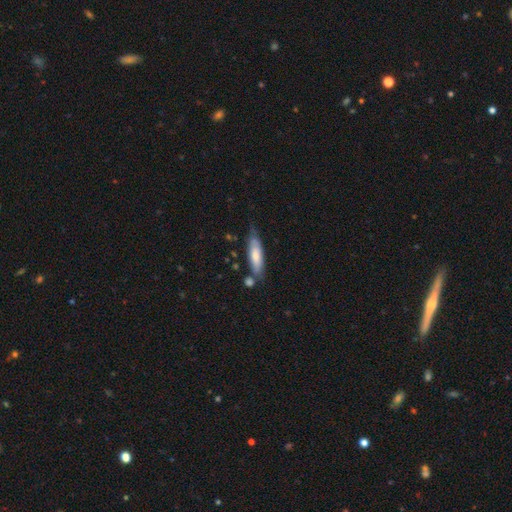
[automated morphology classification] Overall: smooth (67%). How rounded: cigar-shaped (58%; in between 41%). Merging: none (57%; minor disturbance 25%).